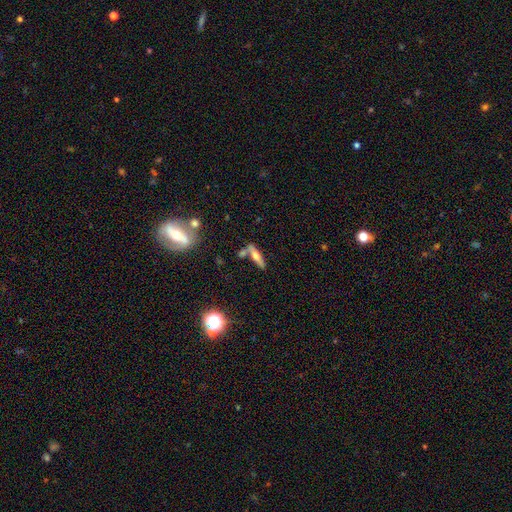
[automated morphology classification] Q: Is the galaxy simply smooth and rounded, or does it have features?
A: featured or disk — 49%.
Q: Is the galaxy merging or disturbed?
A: none — 61%.